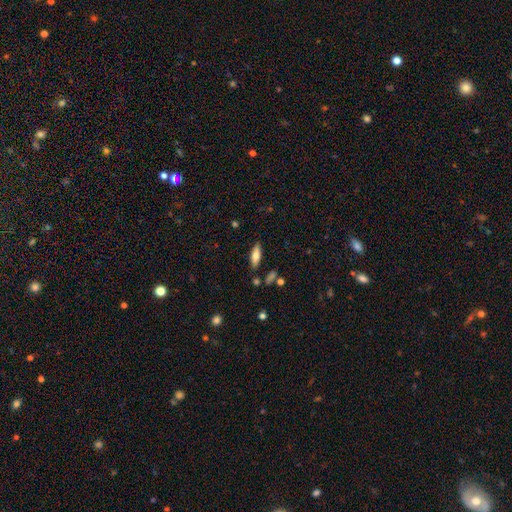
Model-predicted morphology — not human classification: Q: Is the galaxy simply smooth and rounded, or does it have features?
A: smooth — 73%.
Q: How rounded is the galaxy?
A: in between — 64%.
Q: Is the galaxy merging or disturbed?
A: none — 83%.